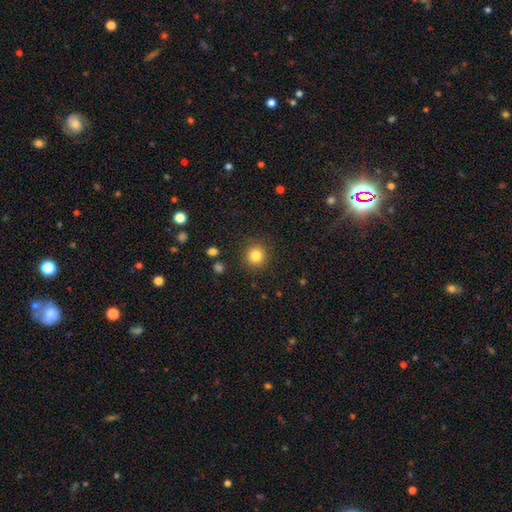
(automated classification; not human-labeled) smooth-or-featured: smooth: 83% | star or artifact: 11% | featured or disk: 6%
  how-rounded: round: 93% | in between: 6% | cigar-shaped: 1%
  merging: none: 89% | minor disturbance: 7% | major disturbance: 3% | merger: 1%